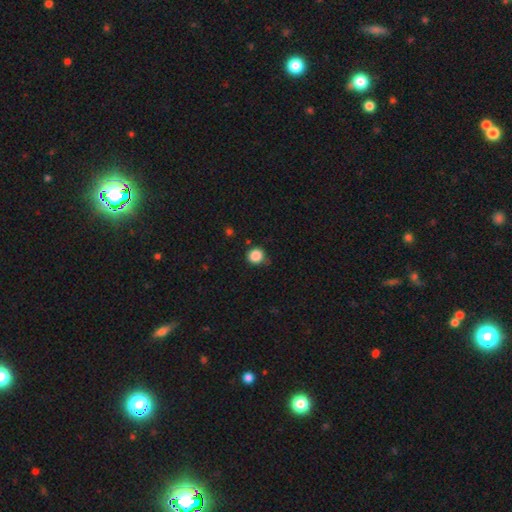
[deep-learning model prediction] Smooth or featured?
  - smooth: 86% *
  - star or artifact: 11%
  - featured or disk: 3%
How rounded?
  - round: 92% *
  - in between: 7%
  - cigar-shaped: 1%
Merging?
  - none: 79% *
  - minor disturbance: 15%
  - major disturbance: 3%
  - merger: 2%